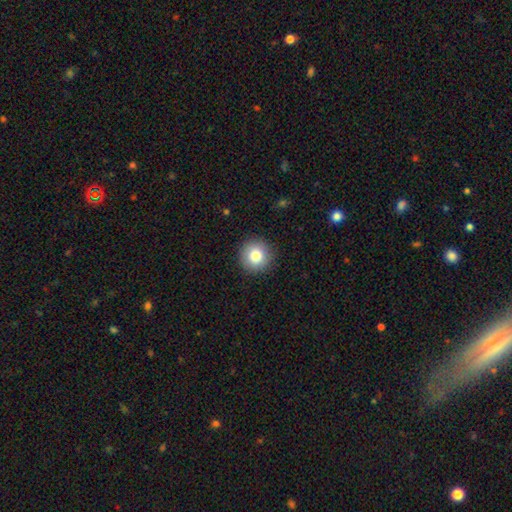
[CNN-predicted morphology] type=smooth (81%); roundness=round (95%); merging=none (91%).